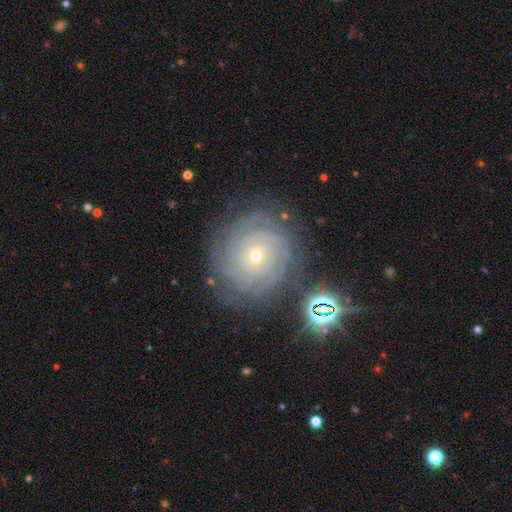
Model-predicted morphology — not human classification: Overall: featured or disk (84%). Edge-on disk: no (97%). Bar: no (71%). Spiral arms: yes (97%). Spiral arm count: can't tell (28%; 4 24%). Spiral winding: tight (86%). Bulge size: small (70%). Merging: none (82%).